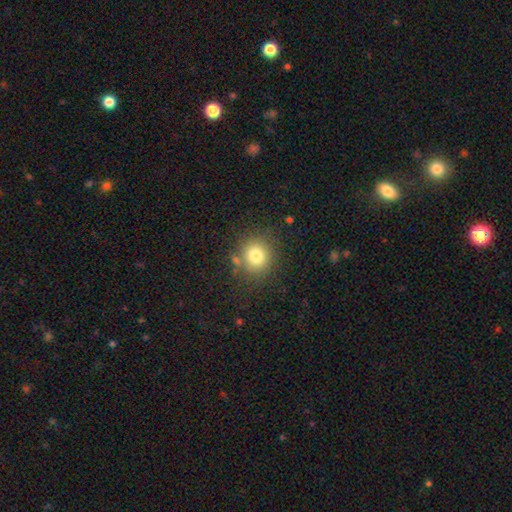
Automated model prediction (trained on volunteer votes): Smooth or featured: smooth — 79% (star or artifact — 13%)
How rounded: round — 86% (in between — 13%)
Merging: none — 80% (minor disturbance — 11%)